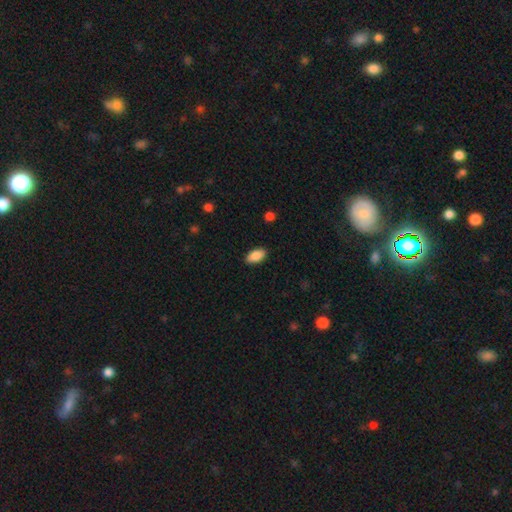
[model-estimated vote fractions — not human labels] Q: Smooth or featured?
A: smooth (88%); runner-up: star or artifact (7%)
Q: How rounded?
A: in between (93%); runner-up: cigar-shaped (4%)
Q: Merging?
A: none (88%); runner-up: minor disturbance (9%)